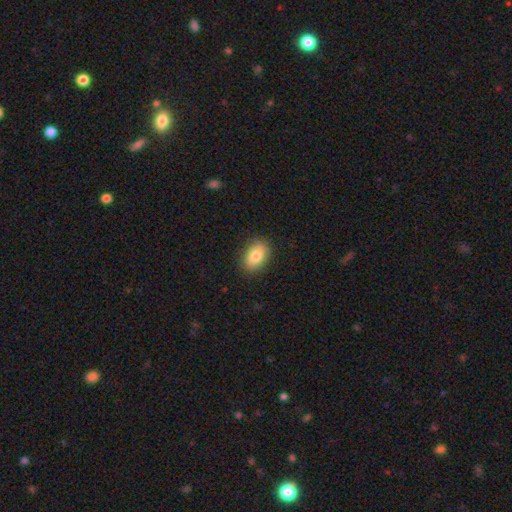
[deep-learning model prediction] smooth-or-featured: smooth: 83% | featured or disk: 10% | star or artifact: 8%
  how-rounded: in between: 85% | round: 14% | cigar-shaped: 1%
  merging: none: 87% | minor disturbance: 10% | major disturbance: 2% | merger: 1%